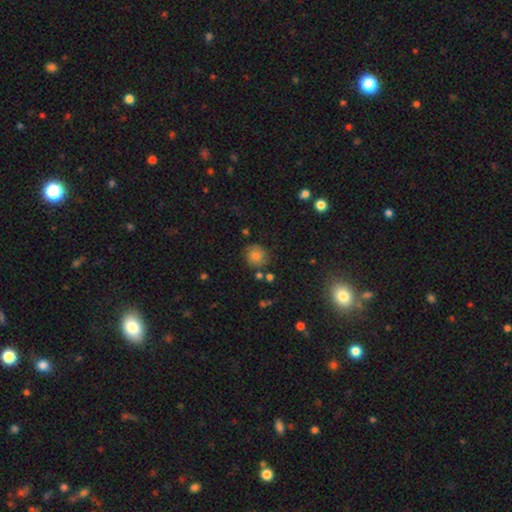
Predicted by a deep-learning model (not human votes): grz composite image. It shows a smooth galaxy with no disk features (73%) that is round (87%). Merging: none (77%).